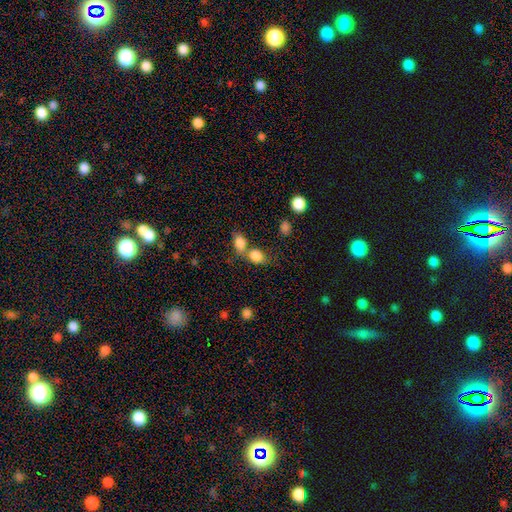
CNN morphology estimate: This appears to be a smooth galaxy with no disk features (84%) that is in between round and cigar-shaped (57%). Merging: merger (48%).